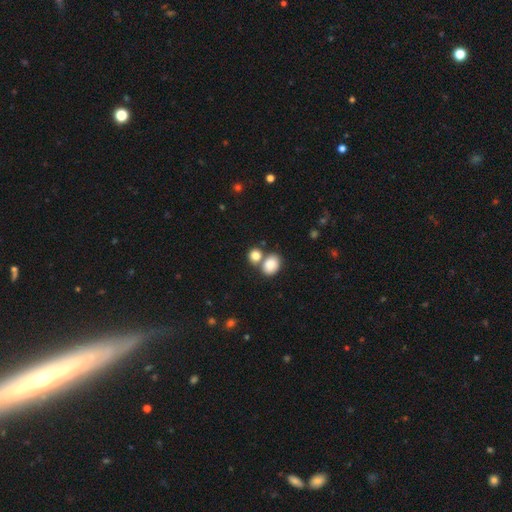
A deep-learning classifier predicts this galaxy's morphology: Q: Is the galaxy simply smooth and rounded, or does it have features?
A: smooth — 84%.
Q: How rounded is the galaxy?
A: round — 60%.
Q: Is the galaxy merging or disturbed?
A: none — 48%.